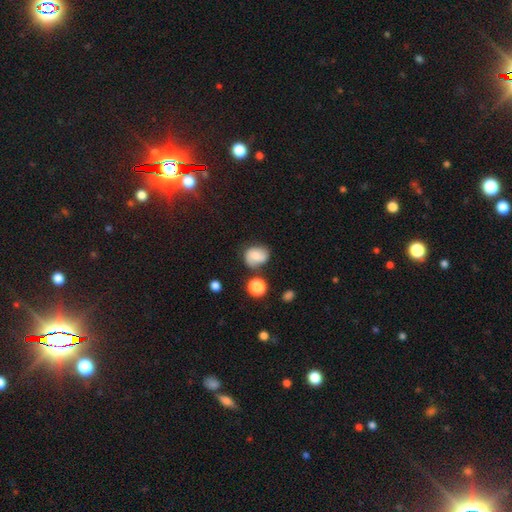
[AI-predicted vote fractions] Overall: smooth (49%; featured or disk 41%). Merging: none (65%).